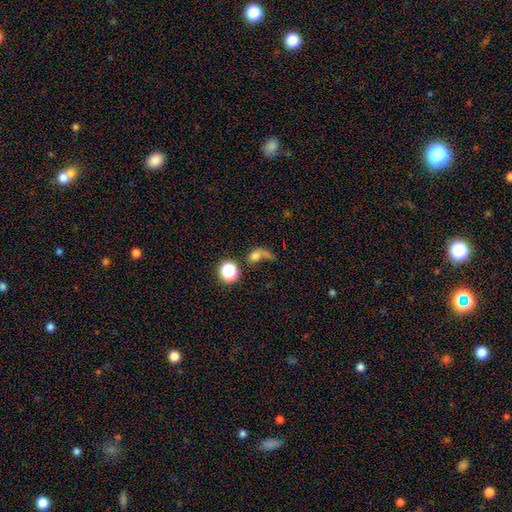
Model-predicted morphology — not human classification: smooth 60%, star or artifact 21%, featured or disk 19%. Down the decision tree: how rounded — round (51%); merging — major disturbance (32%).